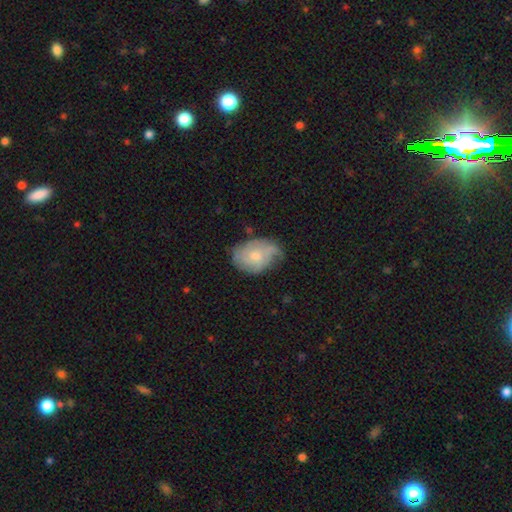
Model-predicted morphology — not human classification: Smooth or featured?
  - smooth: 50% *
  - featured or disk: 43%
  - star or artifact: 7%
How rounded?
  - in between: 76% *
  - round: 23%
  - cigar-shaped: 1%
Merging?
  - none: 43% *
  - minor disturbance: 39%
  - major disturbance: 16%
  - merger: 2%